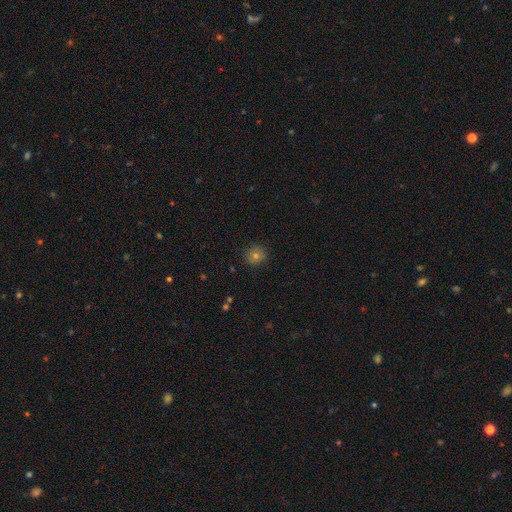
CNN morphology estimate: The model was most divided on "smooth or featured": smooth: 71%, star or artifact: 18%, featured or disk: 11%. More confident: how rounded — round (87%); merging — none (87%).